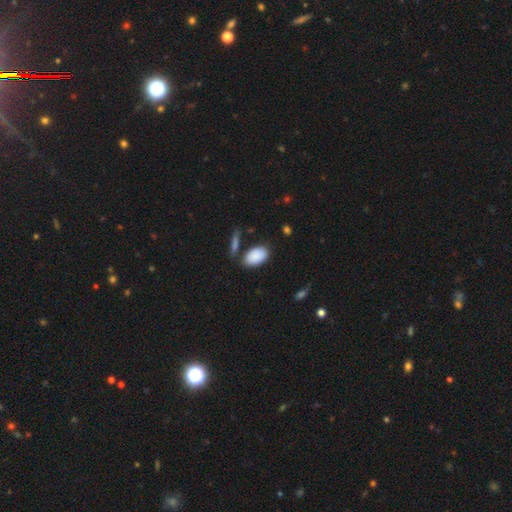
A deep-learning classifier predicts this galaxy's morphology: The model was most divided on "merging": none: 75%, minor disturbance: 13%, merger: 8%, major disturbance: 4%. More confident: how rounded — in between (93%); smooth or featured — smooth (89%).